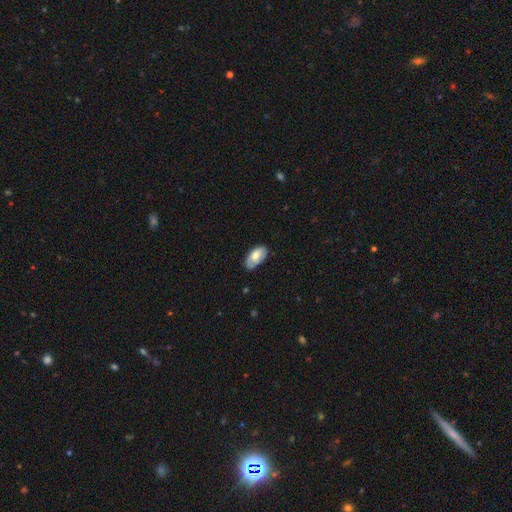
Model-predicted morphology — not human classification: This is likely a smooth galaxy (69%). How rounded: clearly in between (94%). Merging: likely none (65%).